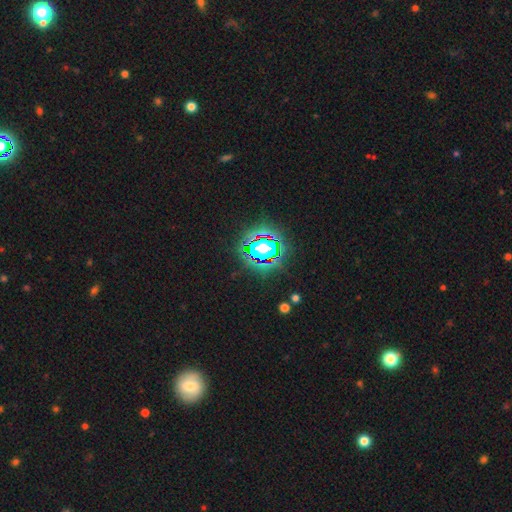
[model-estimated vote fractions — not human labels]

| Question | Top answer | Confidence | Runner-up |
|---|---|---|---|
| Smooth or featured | star or artifact | 61% | smooth (23%) |